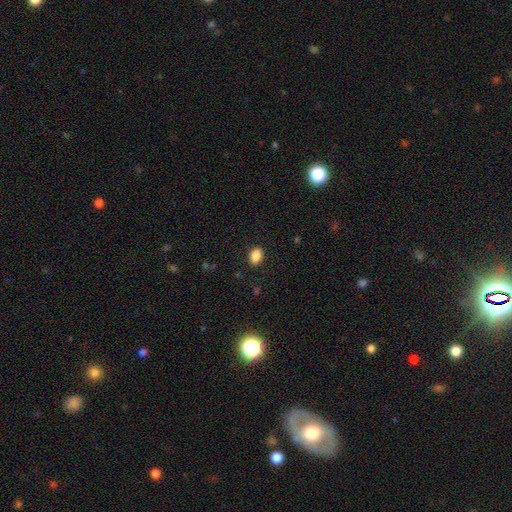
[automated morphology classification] Smooth or featured? smooth (88%)
How rounded? in between (84%)
Merging? none (87%)